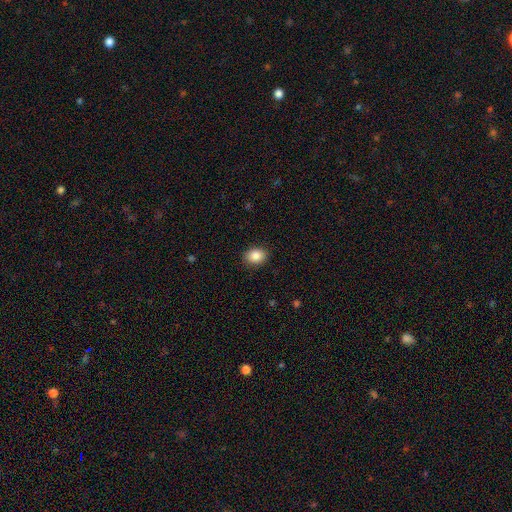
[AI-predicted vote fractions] A smooth galaxy with no disk features (86%) that is in between round and cigar-shaped (59%).

Vote fractions:
- Smooth or featured? smooth: 86% / star or artifact: 9% / featured or disk: 5%
- How rounded? in between: 59% / round: 40% / cigar-shaped: 1%
- Merging? none: 89% / minor disturbance: 8% / major disturbance: 2% / merger: 1%